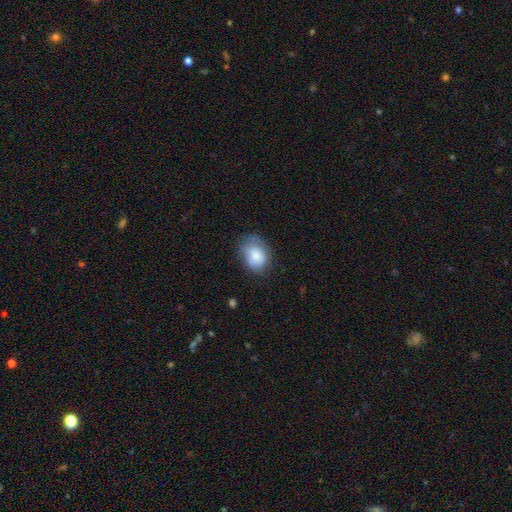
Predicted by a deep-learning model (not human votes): smooth-or-featured: smooth: 79% | featured or disk: 13% | star or artifact: 7%
  how-rounded: in between: 67% | round: 32% | cigar-shaped: 1%
  merging: none: 58% | minor disturbance: 29% | major disturbance: 11% | merger: 2%